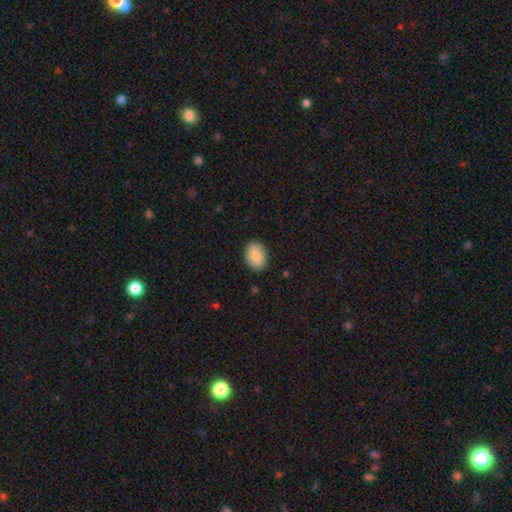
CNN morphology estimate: A smooth galaxy with no disk features (88%) that is in between round and cigar-shaped (82%).

Vote fractions:
- Smooth or featured? smooth: 88% / star or artifact: 7% / featured or disk: 6%
- How rounded? in between: 82% / round: 17% / cigar-shaped: 1%
- Merging? none: 88% / minor disturbance: 9% / major disturbance: 2% / merger: 1%